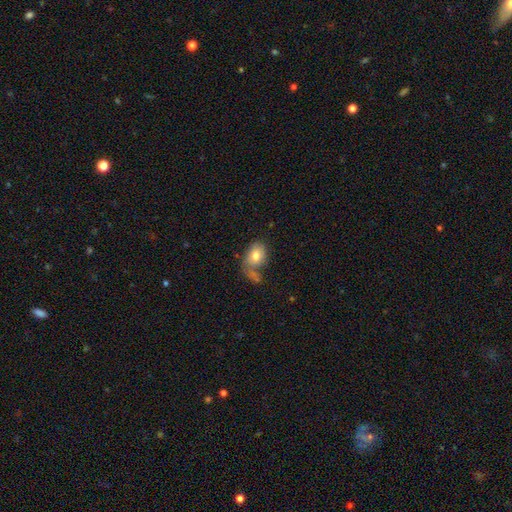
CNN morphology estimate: smooth-or-featured: smooth: 77% | featured or disk: 15% | star or artifact: 8%
  how-rounded: in between: 76% | round: 23% | cigar-shaped: 1%
  merging: none: 40% | merger: 25% | minor disturbance: 20% | major disturbance: 14%